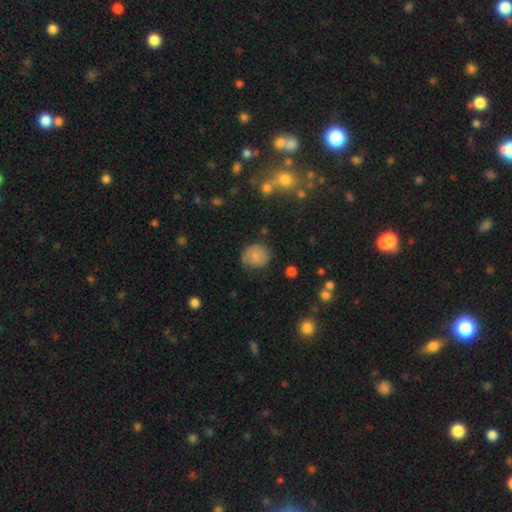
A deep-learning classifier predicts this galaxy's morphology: smooth 78%, featured or disk 13%, star or artifact 10%. Down the decision tree: how rounded — round (77%); merging — none (71%).